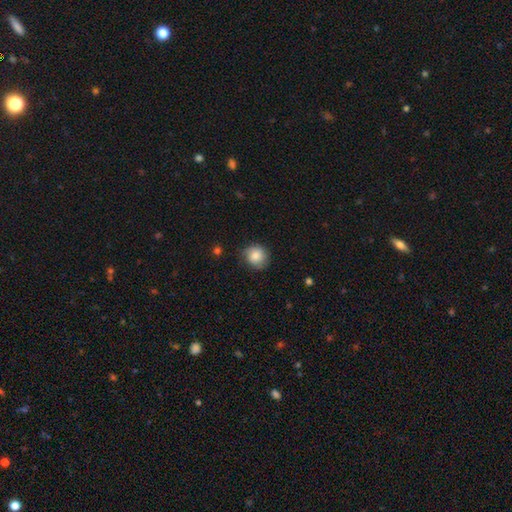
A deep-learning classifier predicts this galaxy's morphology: smooth 83%, featured or disk 9%, star or artifact 8%. Down the decision tree: how rounded — round (88%); merging — none (75%).